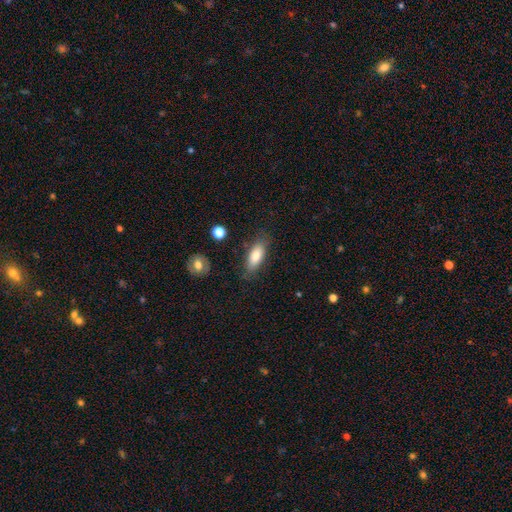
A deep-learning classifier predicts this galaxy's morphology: smooth-or-featured: smooth: 81% | featured or disk: 13% | star or artifact: 7%
  how-rounded: in between: 78% | cigar-shaped: 20% | round: 2%
  merging: none: 78% | minor disturbance: 16% | major disturbance: 4% | merger: 2%